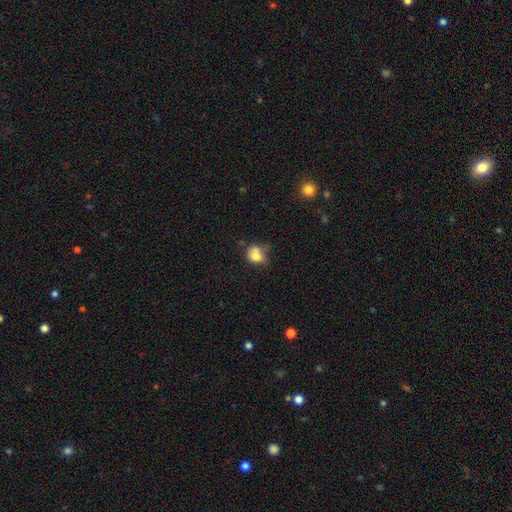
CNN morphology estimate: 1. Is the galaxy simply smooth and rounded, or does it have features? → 74% smooth, 15% featured or disk, 11% star or artifact.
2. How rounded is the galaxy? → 55% round, 44% in between, 1% cigar-shaped.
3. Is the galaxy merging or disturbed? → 34% none, 32% merger, 23% minor disturbance, 11% major disturbance.